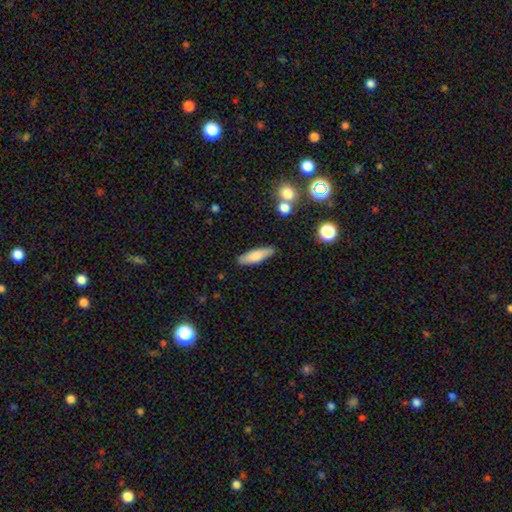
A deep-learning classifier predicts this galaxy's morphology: Q: Smooth or featured?
A: smooth (73%); runner-up: featured or disk (21%)
Q: How rounded?
A: cigar-shaped (58%); runner-up: in between (40%)
Q: Merging?
A: none (85%); runner-up: minor disturbance (11%)